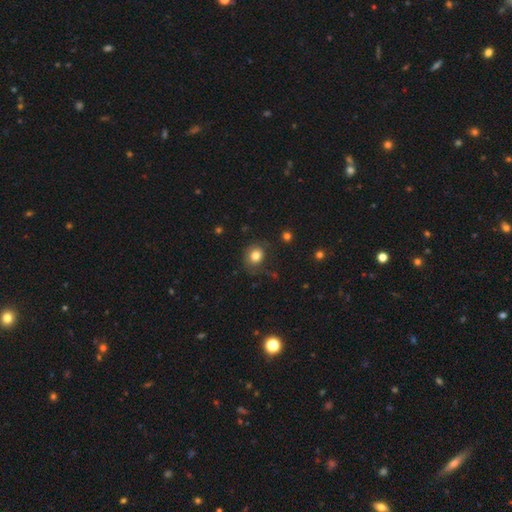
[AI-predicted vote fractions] Overall: smooth (80%). How rounded: round (66%; in between 33%). Merging: none (72%).